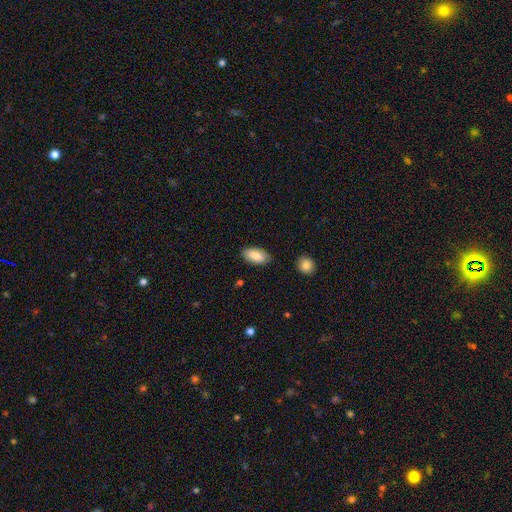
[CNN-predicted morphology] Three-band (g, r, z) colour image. It shows a smooth galaxy with no disk features (85%) that is in between round and cigar-shaped (91%). Merging: none (84%).